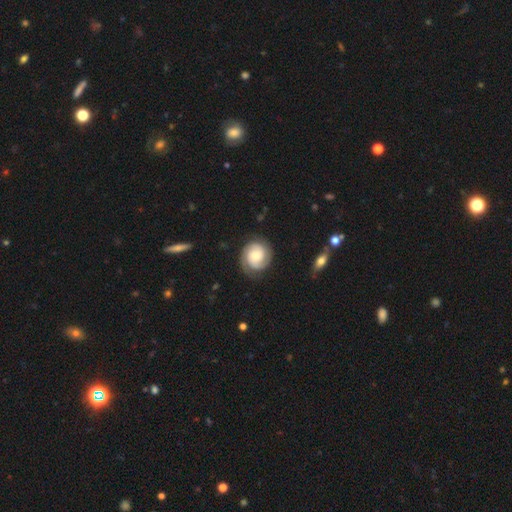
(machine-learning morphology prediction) Smooth or featured? Predicted: featured or disk (p=0.73). Edge-on disk? Predicted: no (p=0.98). Bar? Predicted: no (p=0.66). Spiral arms? Predicted: yes (p=0.95). Spiral winding? Predicted: tight (p=0.61). Spiral arm count? Predicted: 2 (p=0.74). Bulge size? Predicted: moderate (p=0.49). Merging? Predicted: none (p=0.80).